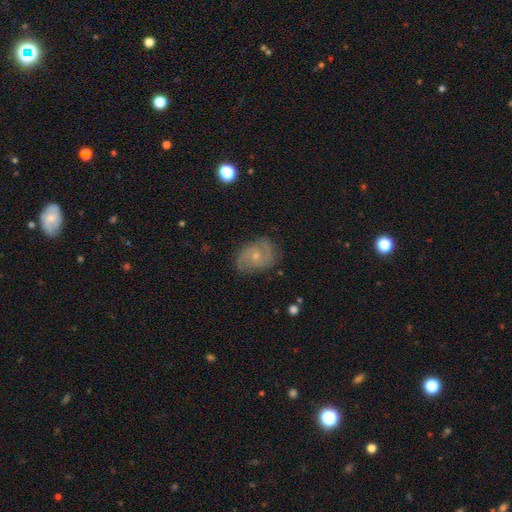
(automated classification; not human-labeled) Smooth or featured?
  - featured or disk: 72% *
  - smooth: 19%
  - star or artifact: 8%
Edge-on disk?
  - no: 97% *
  - yes: 3%
Bar?
  - no: 68% *
  - weak: 28%
  - strong: 4%
Spiral arms?
  - yes: 90% *
  - no: 10%
Spiral winding?
  - medium: 46% *
  - tight: 35%
  - loose: 19%
Spiral arm count?
  - 2: 73% *
  - can't tell: 15%
  - 3: 6%
  - 1: 3%
  - 4: 2%
  - more than 4: 2%
Bulge size?
  - small: 63% *
  - moderate: 32%
  - none: 2%
  - large: 1%
  - dominant: 1%
Merging?
  - none: 74% *
  - minor disturbance: 19%
  - major disturbance: 6%
  - merger: 1%